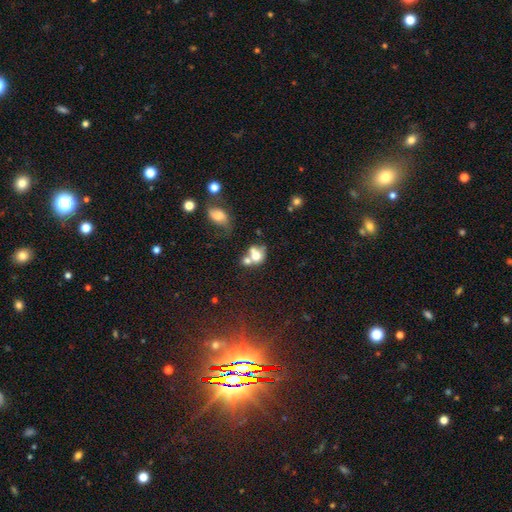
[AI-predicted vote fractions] smooth 65%, featured or disk 23%, star or artifact 12%. Down the decision tree: how rounded — round (65%); merging — merger (57%).